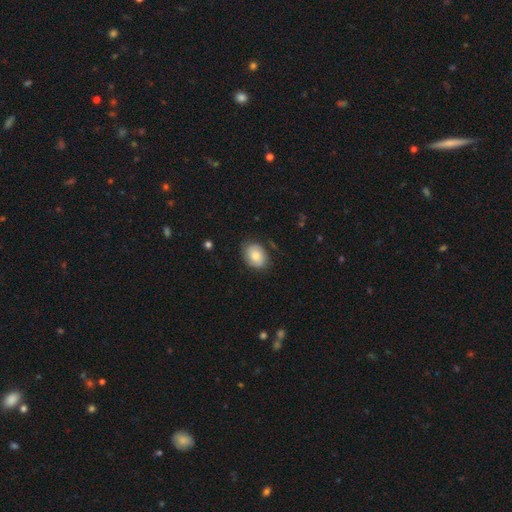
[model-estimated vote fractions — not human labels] This is likely a smooth galaxy (80%). How rounded: likely in between (70%). Merging: likely none (79%).